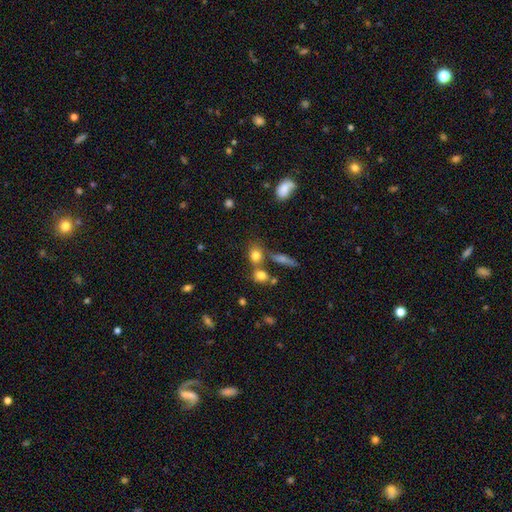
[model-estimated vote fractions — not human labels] Morphology: type=smooth (78%); roundness=round (57%); merging=none (55%).